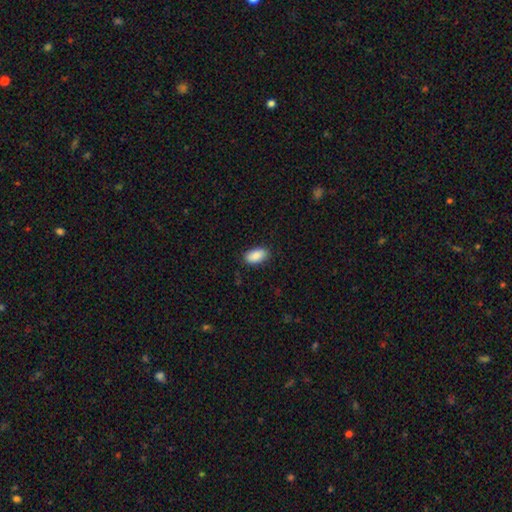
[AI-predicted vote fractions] Smooth or featured?
  - smooth: 90% *
  - star or artifact: 6%
  - featured or disk: 4%
How rounded?
  - in between: 94% *
  - round: 3%
  - cigar-shaped: 3%
Merging?
  - none: 87% *
  - minor disturbance: 10%
  - major disturbance: 2%
  - merger: 1%